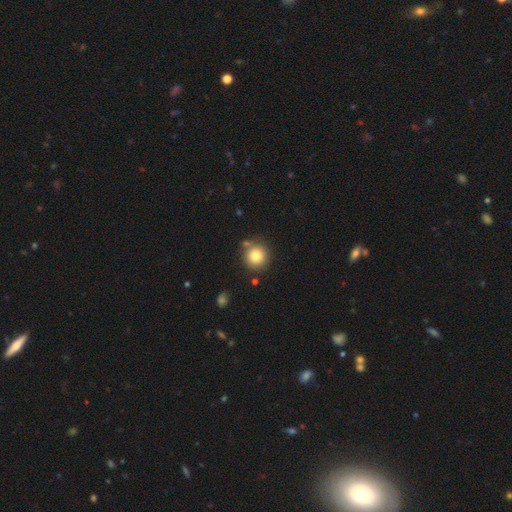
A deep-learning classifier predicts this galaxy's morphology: This is clearly a smooth galaxy (83%). How rounded: clearly round (93%). Merging: likely none (78%).